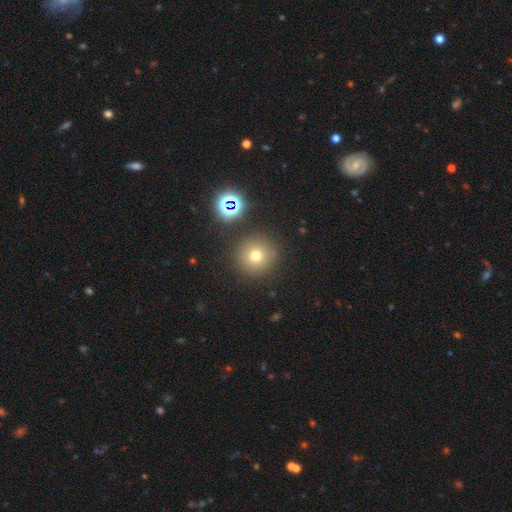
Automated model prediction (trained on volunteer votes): Overall: smooth (70%). How rounded: round (95%). Merging: none (87%).